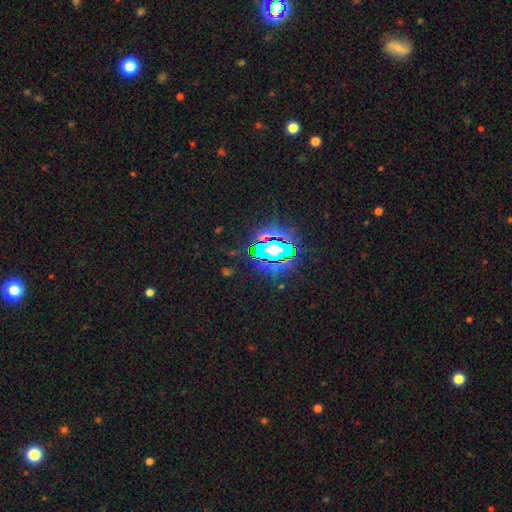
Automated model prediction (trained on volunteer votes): This appears to be a star or artifact, not a galaxy (80%).